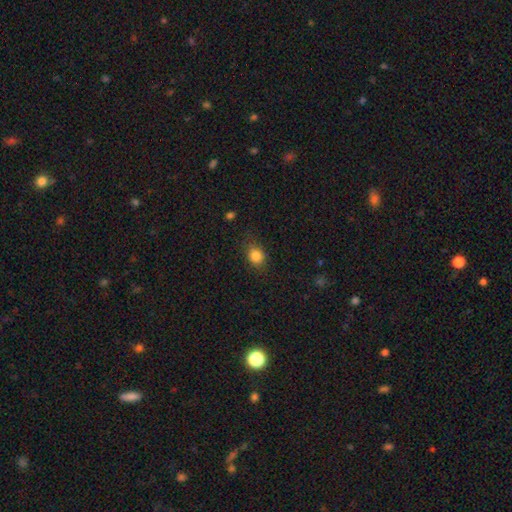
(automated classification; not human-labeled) Smooth or featured: smooth — 84% (star or artifact — 11%)
How rounded: round — 63% (in between — 36%)
Merging: none — 78% (minor disturbance — 16%)